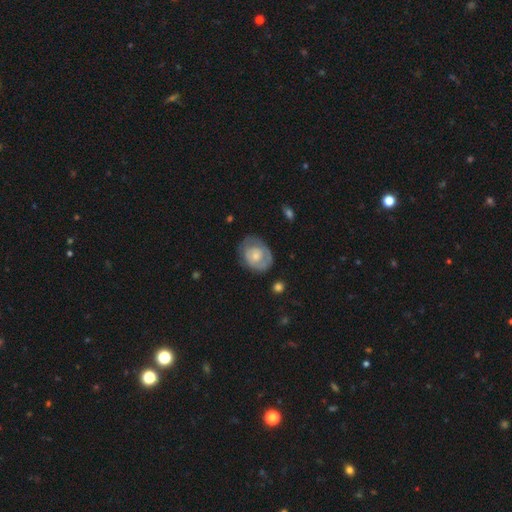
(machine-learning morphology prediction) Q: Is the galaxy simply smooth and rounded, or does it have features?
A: featured or disk — 51%.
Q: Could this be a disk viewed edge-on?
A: no — 96%.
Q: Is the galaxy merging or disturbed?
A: none — 60%.